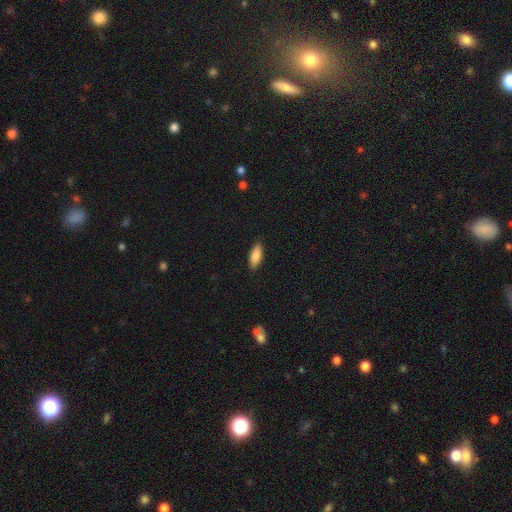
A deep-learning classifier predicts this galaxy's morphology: smooth-or-featured: smooth: 82% | featured or disk: 12% | star or artifact: 6%
  how-rounded: in between: 72% | cigar-shaped: 26% | round: 2%
  merging: none: 88% | minor disturbance: 9% | major disturbance: 2% | merger: 1%